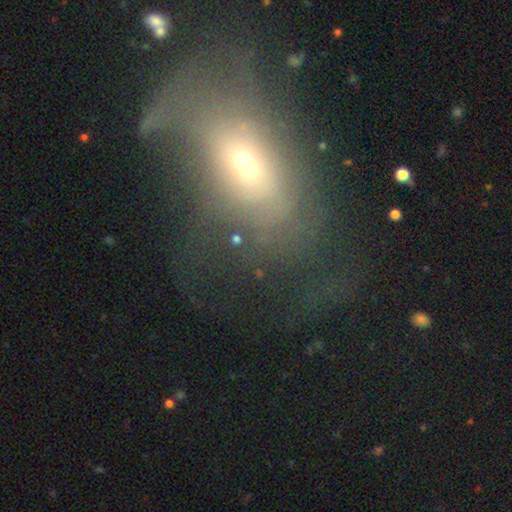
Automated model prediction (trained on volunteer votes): smooth 42%, featured or disk 40%, star or artifact 17%. Down the decision tree: merging — major disturbance (45%).